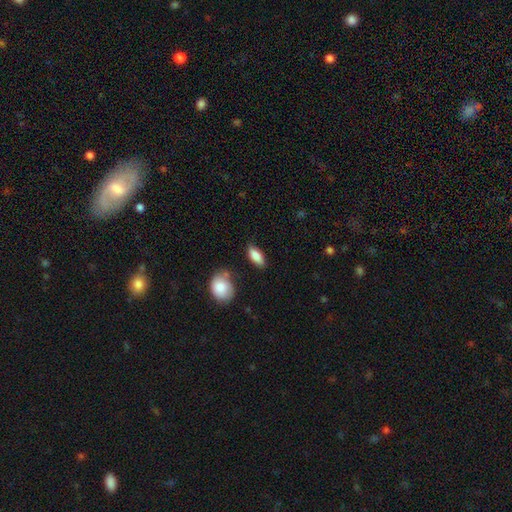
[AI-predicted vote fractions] smooth 86%, featured or disk 8%, star or artifact 6%. Down the decision tree: how rounded — in between (85%); merging — none (77%).